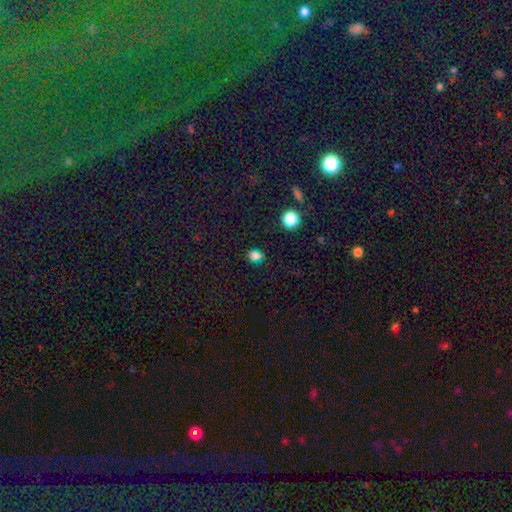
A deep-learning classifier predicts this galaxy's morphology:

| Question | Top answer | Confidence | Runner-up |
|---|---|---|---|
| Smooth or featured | smooth | 57% | star or artifact (36%) |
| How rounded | round | 65% | in between (33%) |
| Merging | none | 80% | minor disturbance (11%) |